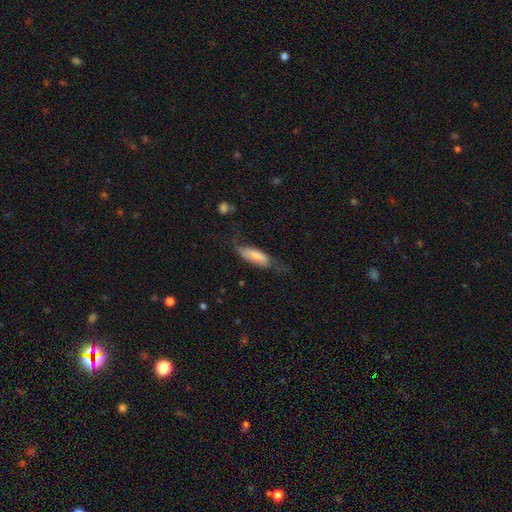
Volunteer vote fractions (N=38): Volunteers were most divided on "merging": none: 41%, major disturbance: 32%, minor disturbance: 16%, merger: 11%. More confident: how rounded — in between (73%); smooth or featured — smooth (58%).